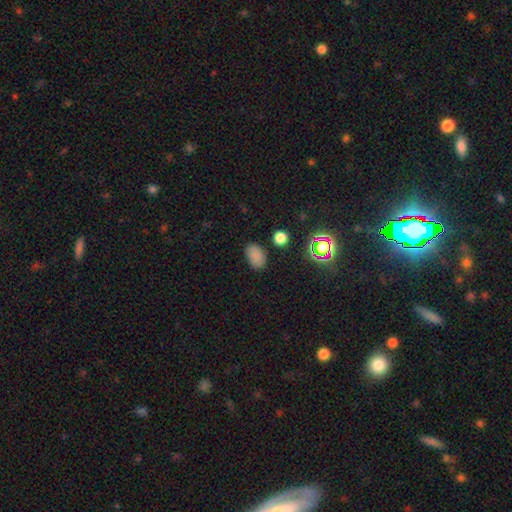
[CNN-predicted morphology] This is likely a smooth galaxy (79%). How rounded: clearly in between (85%). Merging: clearly none (81%).